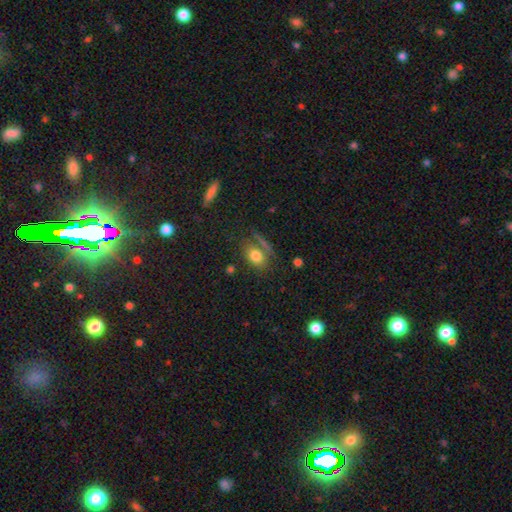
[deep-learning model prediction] This is likely a smooth galaxy (77%). How rounded: likely in between (75%). Merging: likely none (64%).